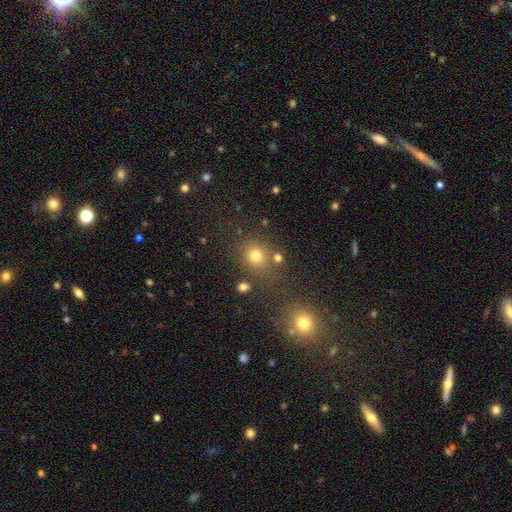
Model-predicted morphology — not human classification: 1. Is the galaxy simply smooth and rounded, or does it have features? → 74% smooth, 18% star or artifact, 8% featured or disk.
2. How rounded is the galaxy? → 81% round, 18% in between, 1% cigar-shaped.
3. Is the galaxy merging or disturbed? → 71% none, 12% merger, 11% minor disturbance, 6% major disturbance.